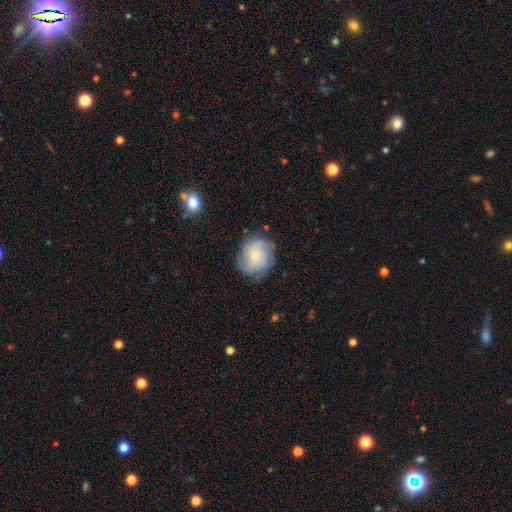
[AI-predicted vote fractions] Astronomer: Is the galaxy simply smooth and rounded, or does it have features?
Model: featured or disk — 53% (runner-up: smooth, 39%).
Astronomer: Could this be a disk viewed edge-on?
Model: no — 97%.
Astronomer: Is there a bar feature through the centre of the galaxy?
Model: no — 77%.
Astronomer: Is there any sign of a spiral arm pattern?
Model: yes — 86%.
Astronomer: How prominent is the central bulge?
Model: small — 51% (runner-up: moderate, 39%).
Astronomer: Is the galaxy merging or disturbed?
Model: none — 72%.